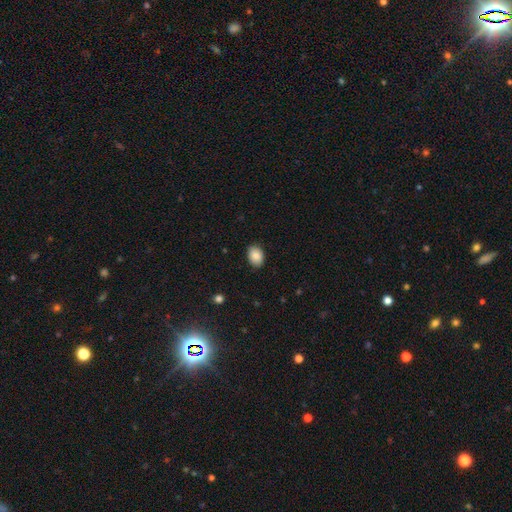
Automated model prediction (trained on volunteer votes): Overall: smooth (87%). How rounded: in between (75%). Merging: none (88%).